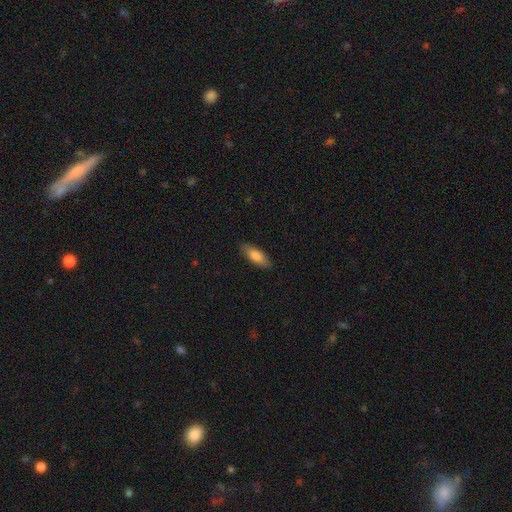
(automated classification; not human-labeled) smooth 80%, featured or disk 14%, star or artifact 6%. Down the decision tree: how rounded — in between (74%); merging — none (87%).